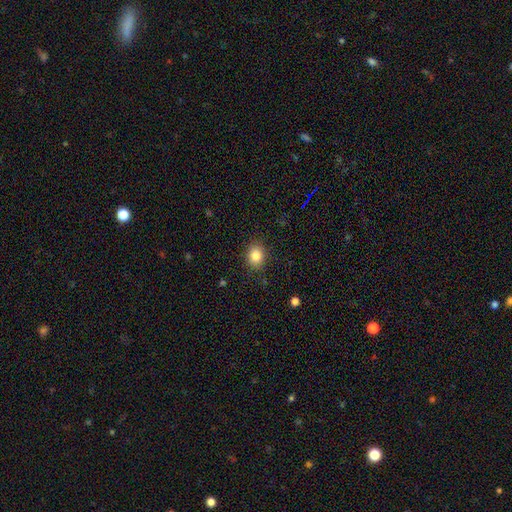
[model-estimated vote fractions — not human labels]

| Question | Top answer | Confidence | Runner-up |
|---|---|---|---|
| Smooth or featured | smooth | 84% | star or artifact (10%) |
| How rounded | round | 53% | in between (46%) |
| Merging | none | 86% | minor disturbance (10%) |